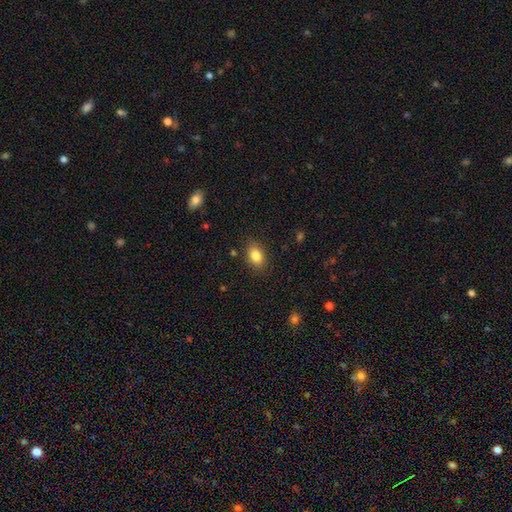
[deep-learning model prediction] This is clearly a smooth galaxy (83%). How rounded: clearly in between (80%). Merging: clearly none (85%).